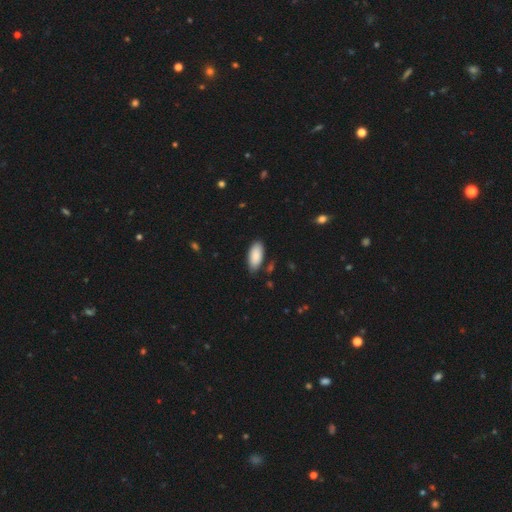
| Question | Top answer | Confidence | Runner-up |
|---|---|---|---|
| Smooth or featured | smooth | 97% | star or artifact (3%) |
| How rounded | in between | 75% | cigar-shaped (22%) |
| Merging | none | 64% | minor disturbance (28%) |